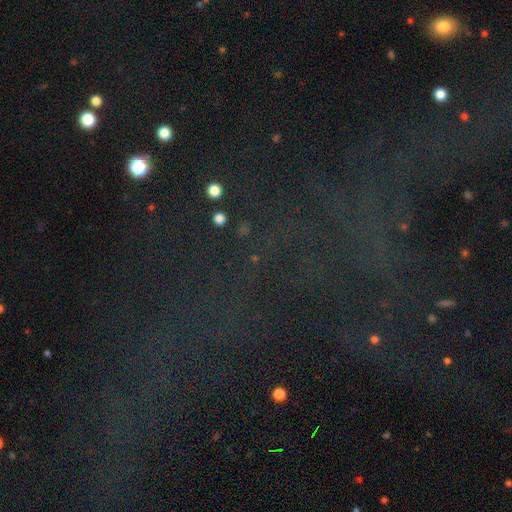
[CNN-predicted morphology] The model was most divided on "smooth or featured": star or artifact: 72%, smooth: 15%, featured or disk: 14%.